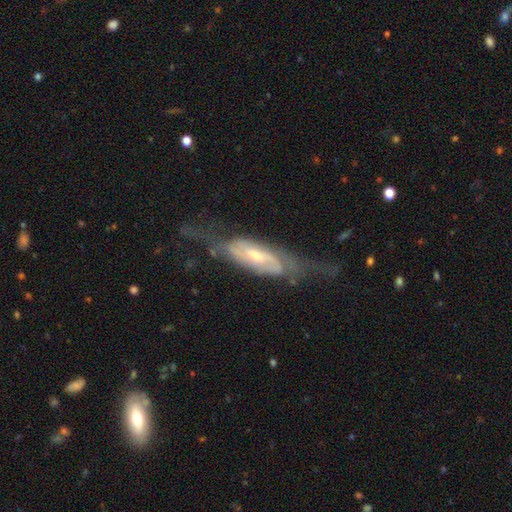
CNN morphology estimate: Smooth or featured? featured or disk (79%)
Edge-on disk? no (79%)
Bar? no (42%)
Spiral arms? yes (84%)
Spiral winding? medium (38%, tied with tight)
Spiral arm count? 2 (64%)
Bulge size? small (48%)
Merging? none (52%)